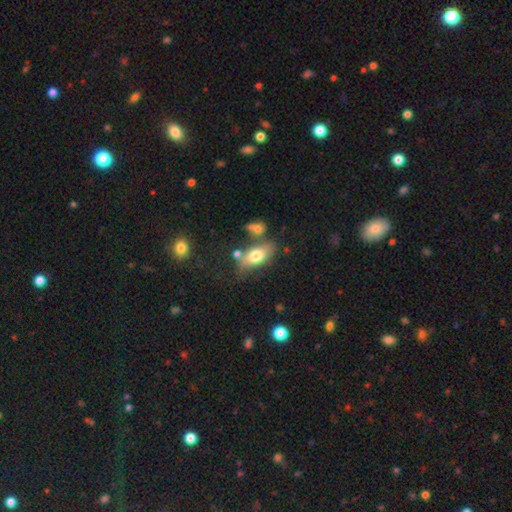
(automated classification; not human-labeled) Smooth or featured: smooth — 72% (featured or disk — 20%)
How rounded: in between — 88% (cigar-shaped — 7%)
Merging: none — 57% (minor disturbance — 19%)